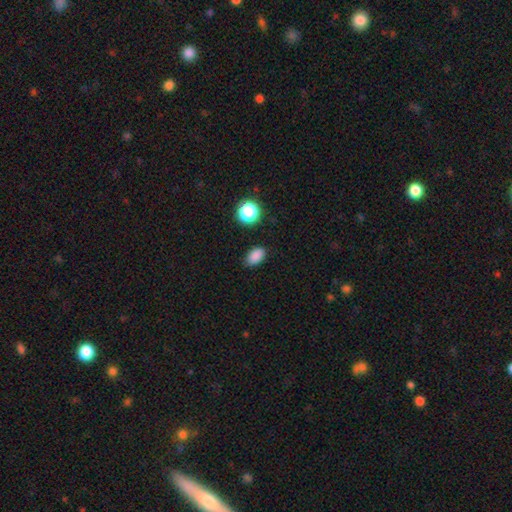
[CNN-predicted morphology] smooth 85%, star or artifact 11%, featured or disk 3%. Down the decision tree: how rounded — in between (87%); merging — none (83%).